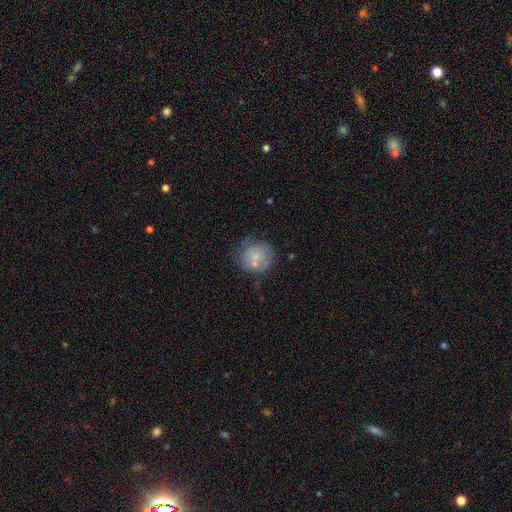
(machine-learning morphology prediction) smooth 60%, featured or disk 32%, star or artifact 8%. Down the decision tree: how rounded — round (84%); merging — none (49%).